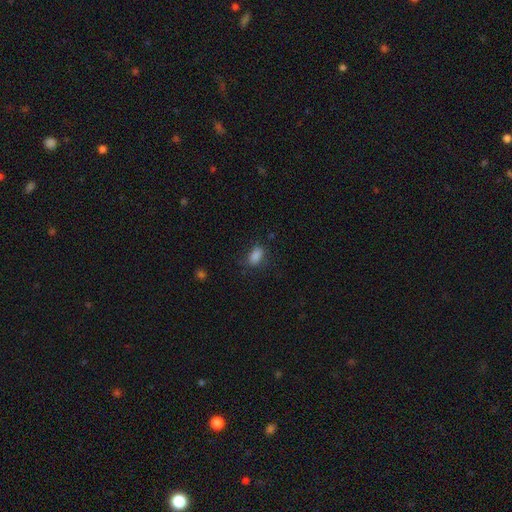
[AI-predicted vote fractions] The model was most divided on "merging": none: 73%, minor disturbance: 19%, major disturbance: 7%, merger: 1%. More confident: how rounded — in between (87%); smooth or featured — smooth (85%).